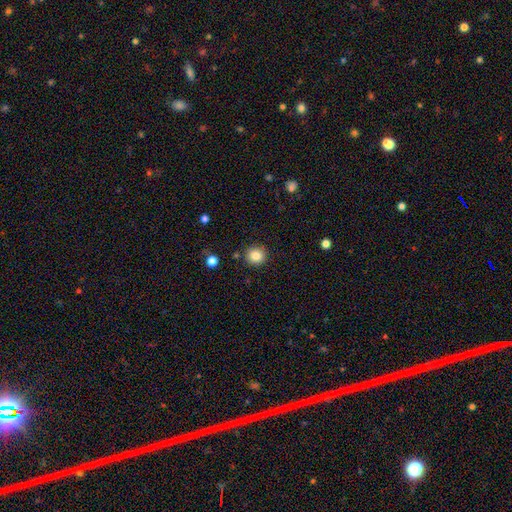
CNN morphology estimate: Q: Smooth or featured?
A: smooth (85%); runner-up: star or artifact (10%)
Q: How rounded?
A: round (92%); runner-up: in between (7%)
Q: Merging?
A: none (89%); runner-up: minor disturbance (6%)